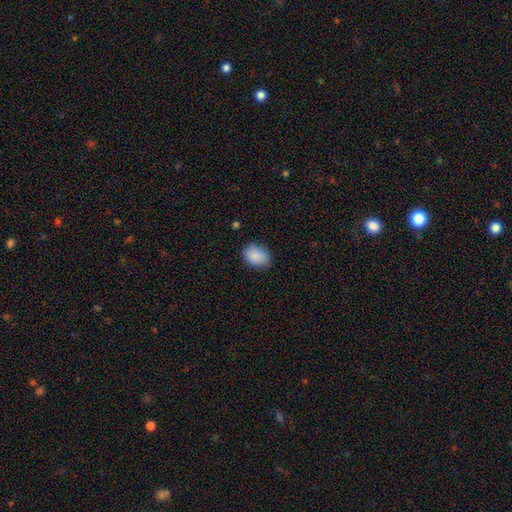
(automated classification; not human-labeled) This is clearly a smooth galaxy (88%). How rounded: likely in between (72%). Merging: likely none (79%).